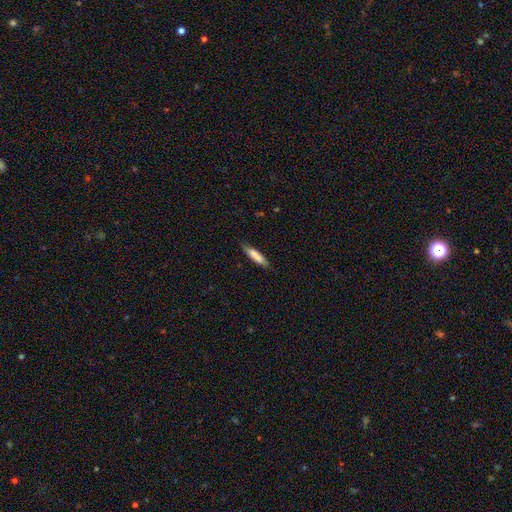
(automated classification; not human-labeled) The model was most divided on "how rounded": cigar-shaped: 79%, in between: 20%, round: 1%. More confident: merging — none (82%); smooth or featured — smooth (81%).